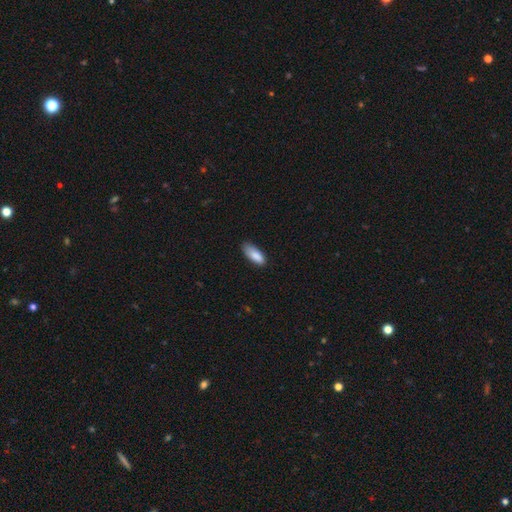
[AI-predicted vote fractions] This is clearly a smooth galaxy (87%). How rounded: likely in between (79%). Merging: likely none (68%).